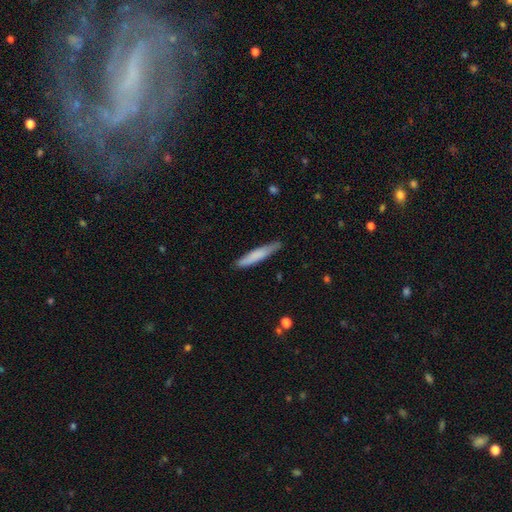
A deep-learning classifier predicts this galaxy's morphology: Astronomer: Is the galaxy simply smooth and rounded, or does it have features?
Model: smooth — 75%.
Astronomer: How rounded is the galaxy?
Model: cigar-shaped — 93%.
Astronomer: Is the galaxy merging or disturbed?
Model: none — 84%.